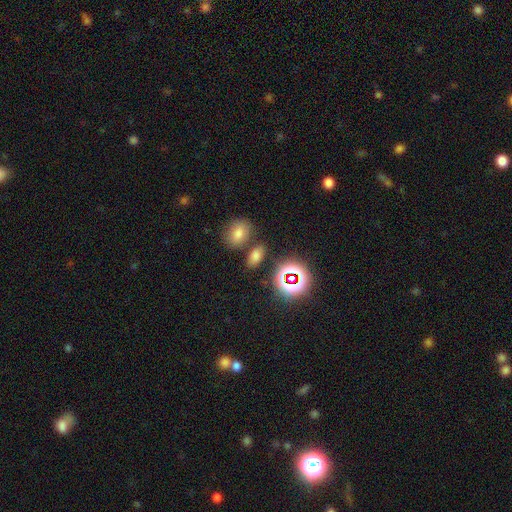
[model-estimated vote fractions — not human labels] Morphology: type=smooth (67%); roundness=in between (82%); merging=none (76%).